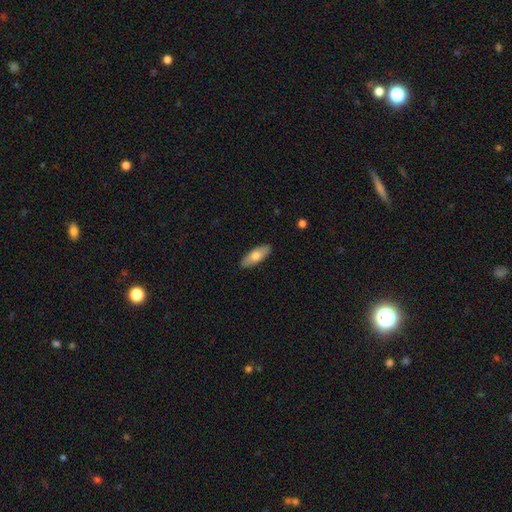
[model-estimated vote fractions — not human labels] Smooth or featured? Predicted: smooth (p=0.70). How rounded? Predicted: in between (p=0.71). Merging? Predicted: none (p=0.90).